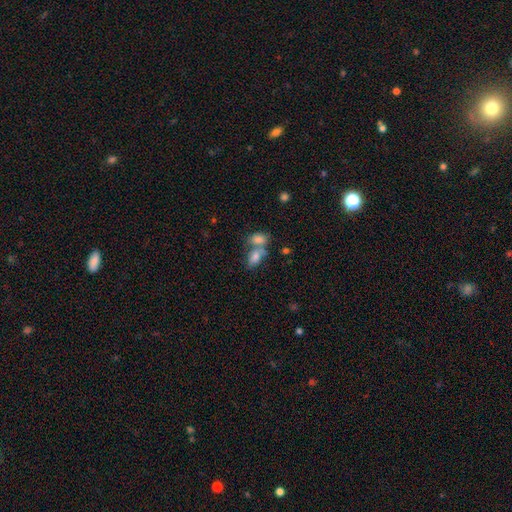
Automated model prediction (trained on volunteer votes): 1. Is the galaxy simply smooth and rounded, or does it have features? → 72% smooth, 16% featured or disk, 12% star or artifact.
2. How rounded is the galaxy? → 86% in between, 10% round, 4% cigar-shaped.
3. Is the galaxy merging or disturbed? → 57% merger, 31% none, 8% minor disturbance, 4% major disturbance.